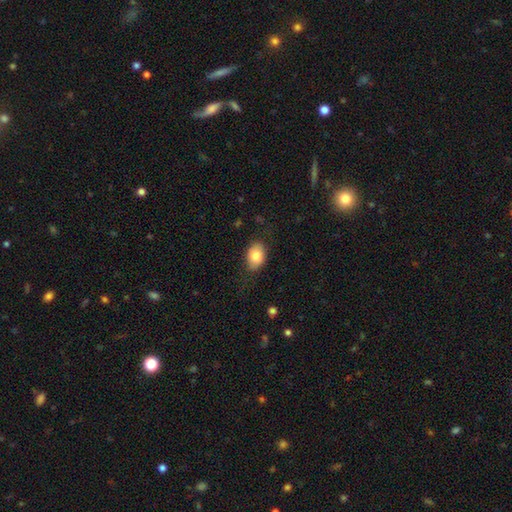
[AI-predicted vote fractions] Smooth or featured: smooth — 81% (featured or disk — 12%)
How rounded: in between — 80% (round — 19%)
Merging: none — 76% (minor disturbance — 17%)